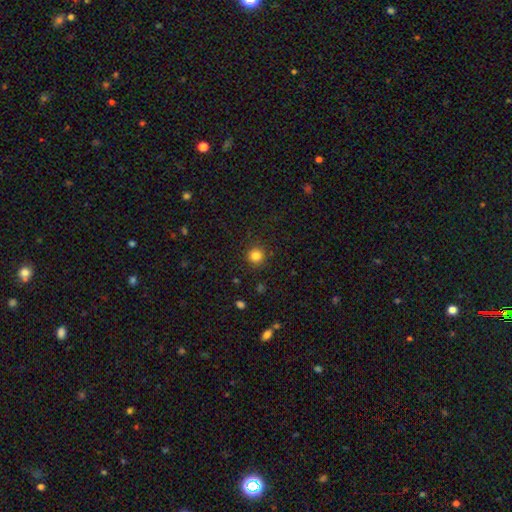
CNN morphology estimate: This appears to be a smooth galaxy with no disk features (83%) that is round (94%). Merging: none (90%).